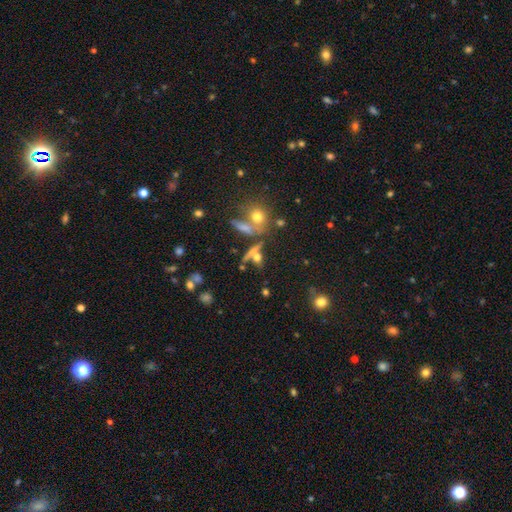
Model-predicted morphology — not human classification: A smooth galaxy with no disk features (50%). Merging: none (52%).